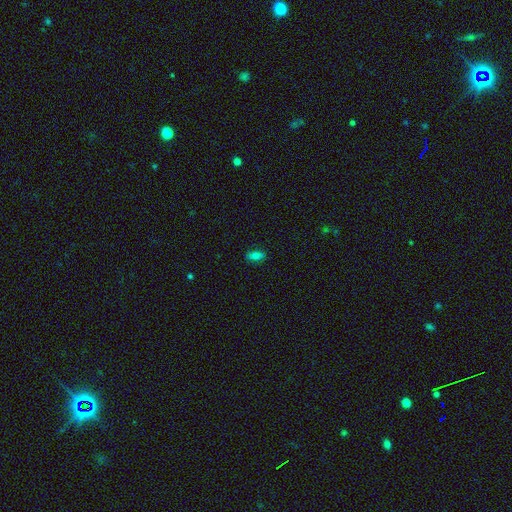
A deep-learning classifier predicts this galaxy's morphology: This is likely a smooth galaxy (73%). How rounded: clearly in between (82%). Merging: clearly none (87%).